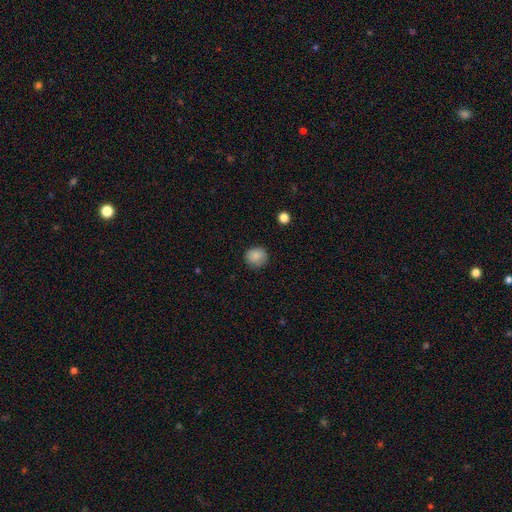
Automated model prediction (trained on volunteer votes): Smooth or featured: smooth — 86% (star or artifact — 9%)
How rounded: round — 88% (in between — 11%)
Merging: none — 86% (minor disturbance — 10%)